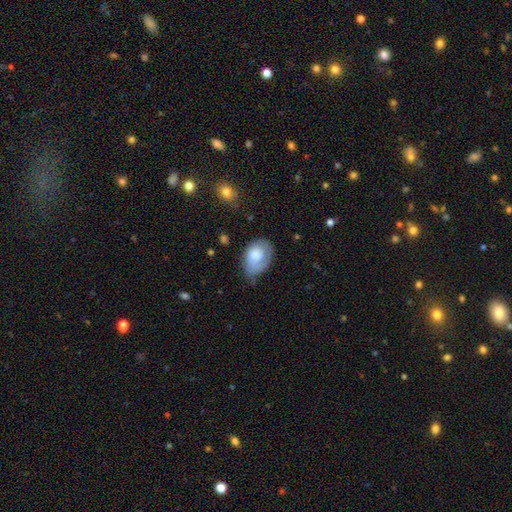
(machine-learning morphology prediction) Smooth or featured? Predicted: smooth (p=0.68). How rounded? Predicted: in between (p=0.80). Merging? Predicted: none (p=0.47).